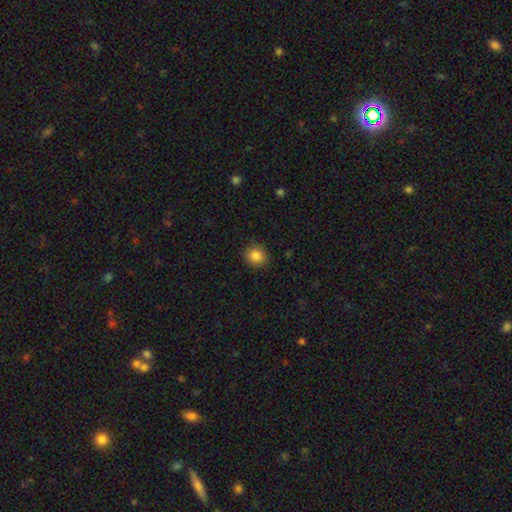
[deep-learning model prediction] This appears to be a smooth galaxy with no disk features (85%) that is round (85%). Merging: none (87%).